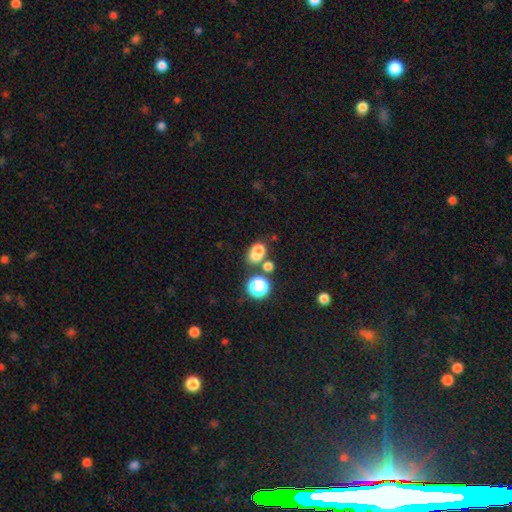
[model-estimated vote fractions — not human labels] Smooth or featured? smooth (69%)
How rounded? in between (53%)
Merging? merger (41%)